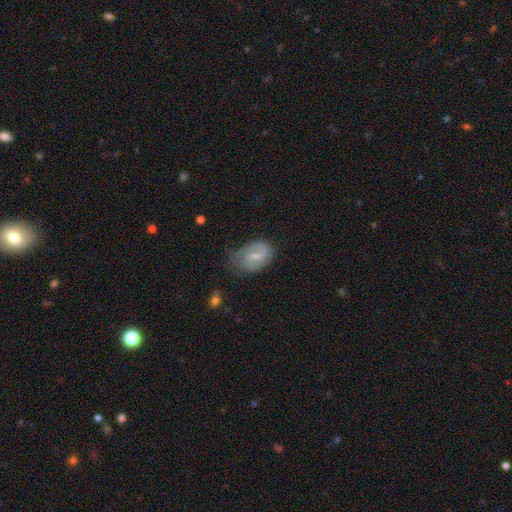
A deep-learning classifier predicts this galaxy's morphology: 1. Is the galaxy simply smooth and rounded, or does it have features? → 60% featured or disk, 33% smooth, 6% star or artifact.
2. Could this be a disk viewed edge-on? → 97% no, 3% yes.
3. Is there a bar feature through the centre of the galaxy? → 59% weak, 21% no, 20% strong.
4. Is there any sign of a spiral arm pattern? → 84% yes, 16% no.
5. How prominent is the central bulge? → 47% small, 37% moderate, 13% none, 2% large, 1% dominant.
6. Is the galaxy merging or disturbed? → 53% none, 32% minor disturbance, 13% major disturbance, 2% merger.